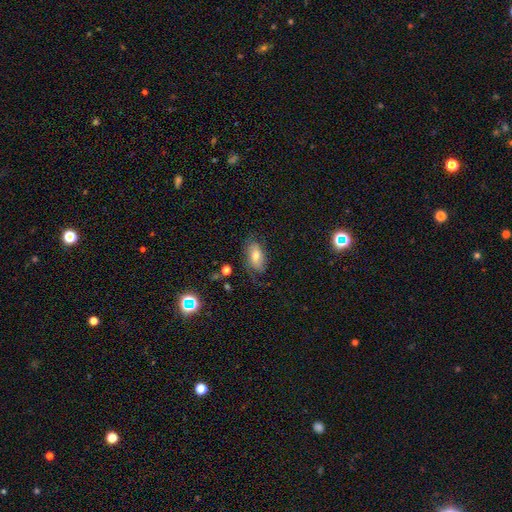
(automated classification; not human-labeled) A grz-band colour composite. It shows a smooth galaxy with no disk features (48%). Merging: none (63%).